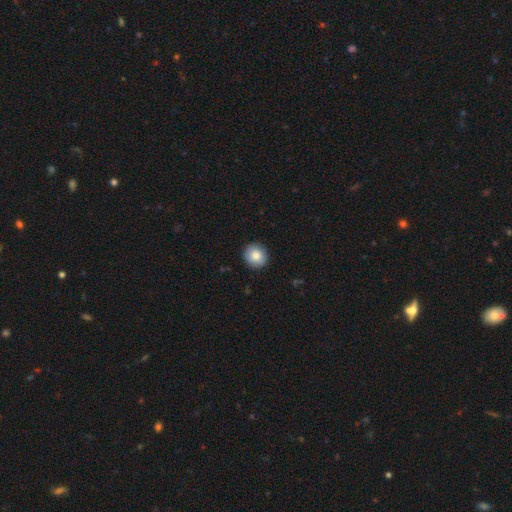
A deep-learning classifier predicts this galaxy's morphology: Q: Smooth or featured?
A: smooth (84%); runner-up: star or artifact (8%)
Q: How rounded?
A: round (88%); runner-up: in between (11%)
Q: Merging?
A: none (91%); runner-up: minor disturbance (7%)